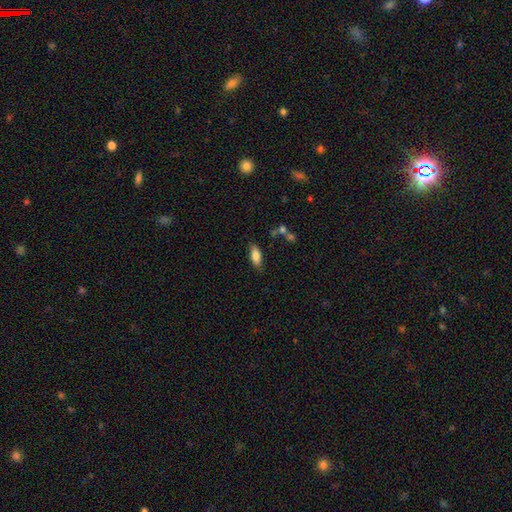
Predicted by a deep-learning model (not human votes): The model was most divided on "how rounded": in between: 77%, cigar-shaped: 20%, round: 3%. More confident: smooth or featured — smooth (78%); merging — none (77%).